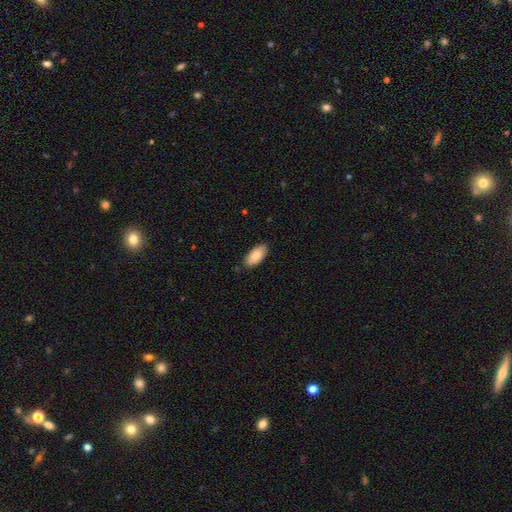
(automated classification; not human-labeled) Smooth or featured? smooth (88%)
How rounded? in between (91%)
Merging? none (86%)